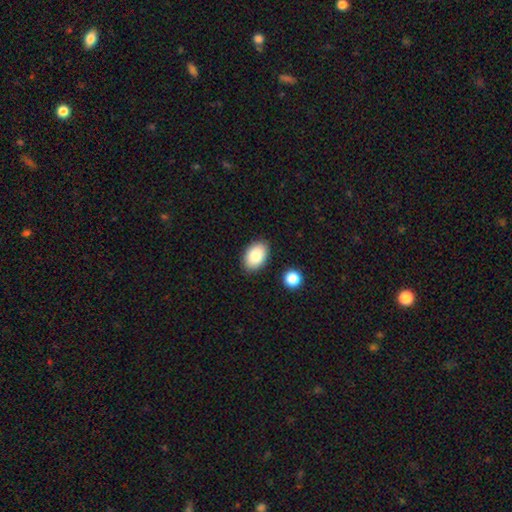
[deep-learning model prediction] Overall: smooth (85%). How rounded: in between (90%). Merging: none (86%).